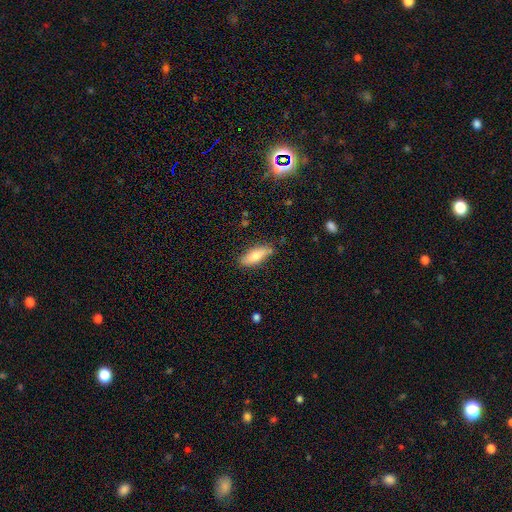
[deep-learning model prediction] The model was most divided on "how rounded": in between: 62%, cigar-shaped: 36%, round: 2%. More confident: merging — none (76%); smooth or featured — smooth (76%).